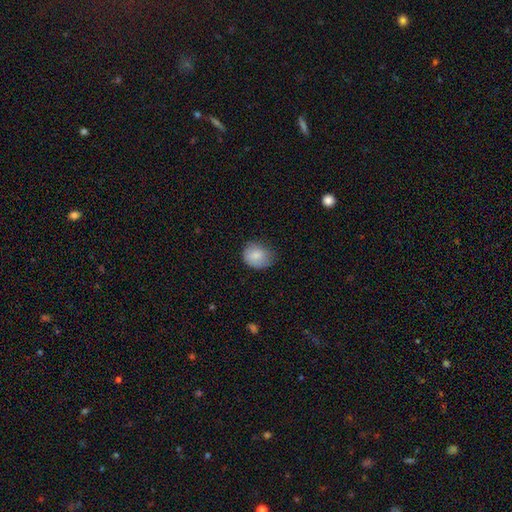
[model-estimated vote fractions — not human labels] smooth_or_featured: smooth (p=0.83) [alt: featured or disk p=0.10]
how_rounded: round (p=0.51) [alt: in between p=0.48]
merging: none (p=0.59) [alt: minor disturbance p=0.32]